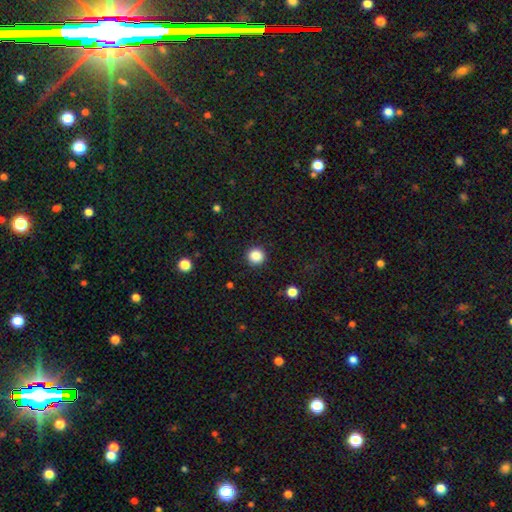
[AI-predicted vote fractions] A smooth galaxy with no disk features (86%) that is round (95%).

Vote fractions:
- Smooth or featured? smooth: 86% / star or artifact: 11% / featured or disk: 3%
- How rounded? round: 95% / in between: 4% / cigar-shaped: 1%
- Merging? none: 92% / minor disturbance: 5% / major disturbance: 2% / merger: 1%